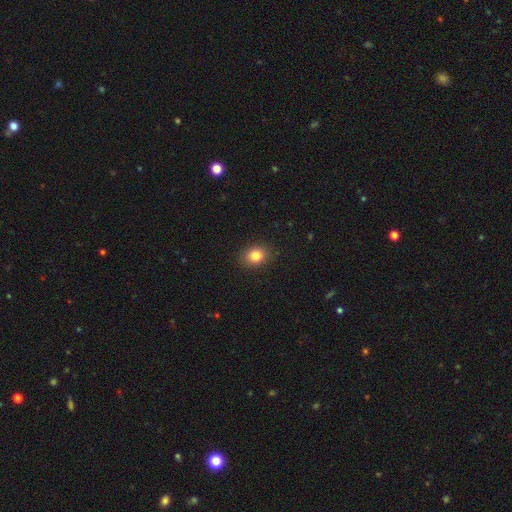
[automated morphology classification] smooth 82%, star or artifact 11%, featured or disk 7%. Down the decision tree: how rounded — in between (50%); merging — none (89%).